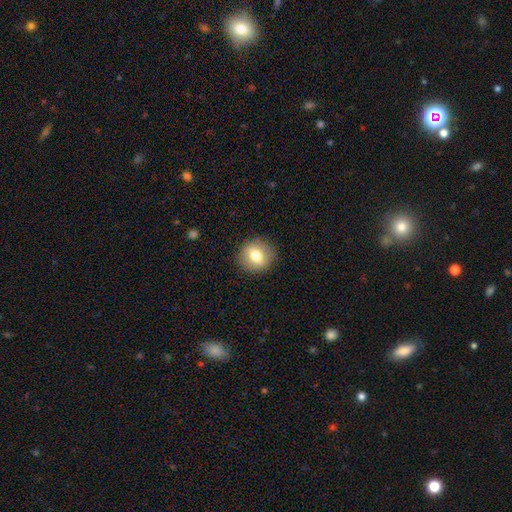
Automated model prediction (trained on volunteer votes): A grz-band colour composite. It shows a smooth galaxy with no disk features (73%) that is round (82%). Merging: none (88%).